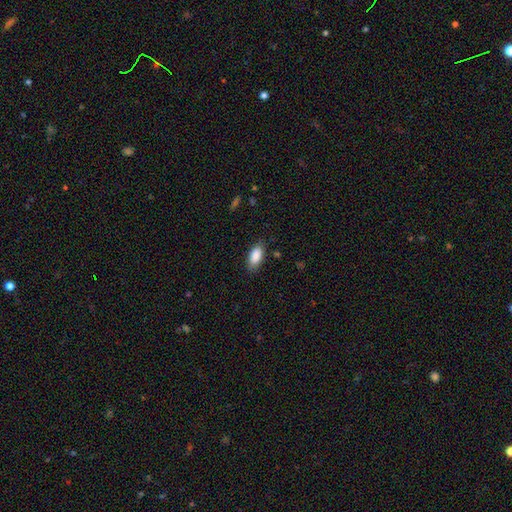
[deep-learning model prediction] Smooth or featured? smooth (89%)
How rounded? in between (90%)
Merging? none (82%)